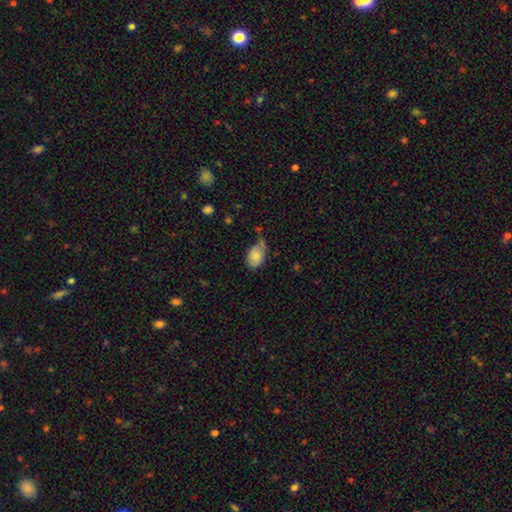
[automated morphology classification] Smooth or featured? smooth (81%)
How rounded? in between (86%)
Merging? none (38%)